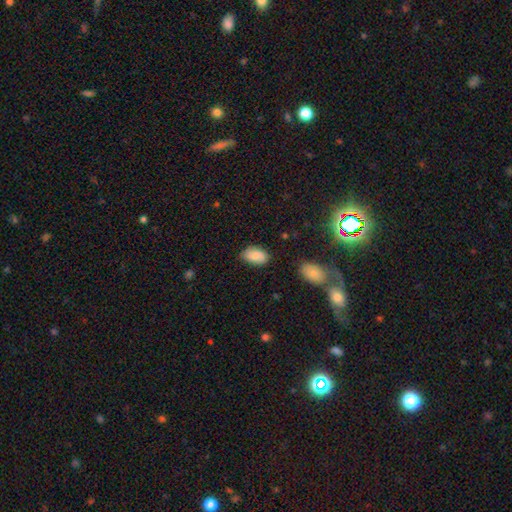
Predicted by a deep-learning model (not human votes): Smooth or featured? Predicted: smooth (p=0.82). How rounded? Predicted: in between (p=0.92). Merging? Predicted: none (p=0.76).